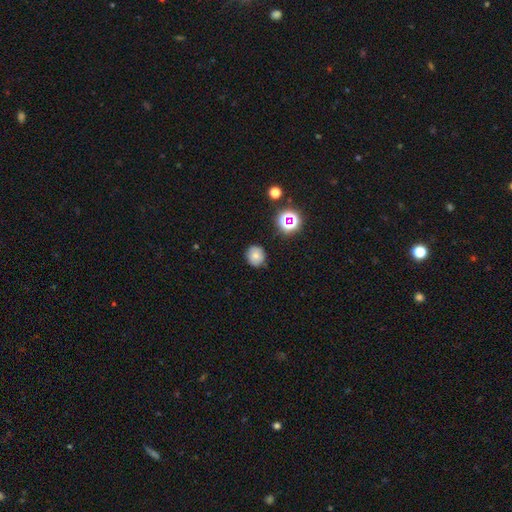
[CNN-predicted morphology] Overall: smooth (70%). How rounded: round (86%). Merging: none (81%).